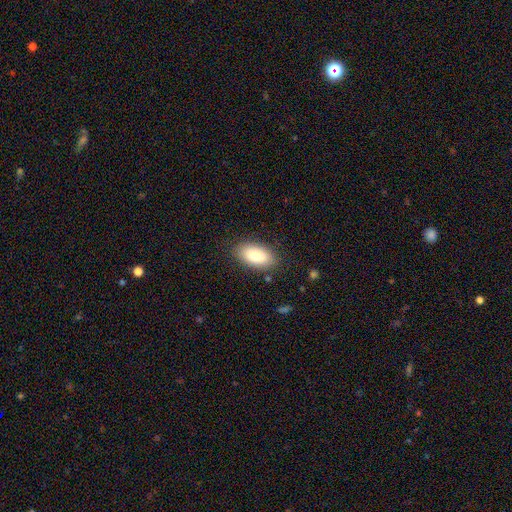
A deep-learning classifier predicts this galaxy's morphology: smooth 85%, featured or disk 8%, star or artifact 7%. Down the decision tree: how rounded — in between (93%); merging — none (85%).